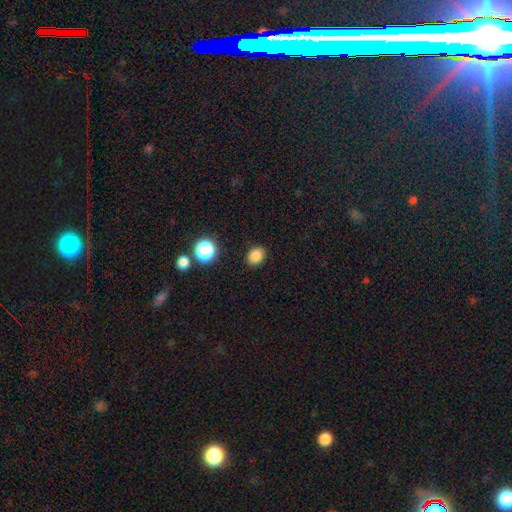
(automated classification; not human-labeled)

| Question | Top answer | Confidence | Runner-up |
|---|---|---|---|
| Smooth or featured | smooth | 84% | star or artifact (12%) |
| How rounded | in between | 51% | round (48%) |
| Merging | none | 88% | minor disturbance (8%) |